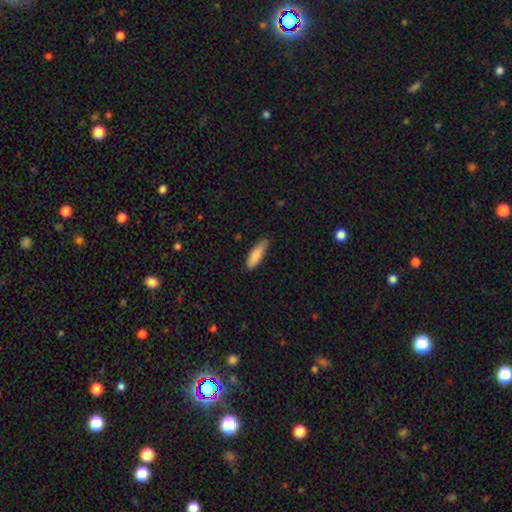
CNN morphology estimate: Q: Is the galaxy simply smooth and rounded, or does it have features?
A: smooth — 84%.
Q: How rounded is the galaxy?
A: in between — 50%.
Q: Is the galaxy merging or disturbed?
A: none — 75%.